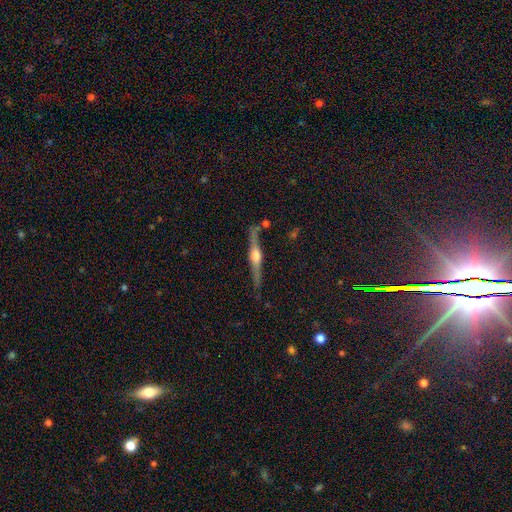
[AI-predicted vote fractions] Smooth or featured? Predicted: featured or disk (p=0.81). Edge-on disk? Predicted: yes (p=0.97). Edge-on bulge? Predicted: rounded (p=0.91). Merging? Predicted: none (p=0.82).